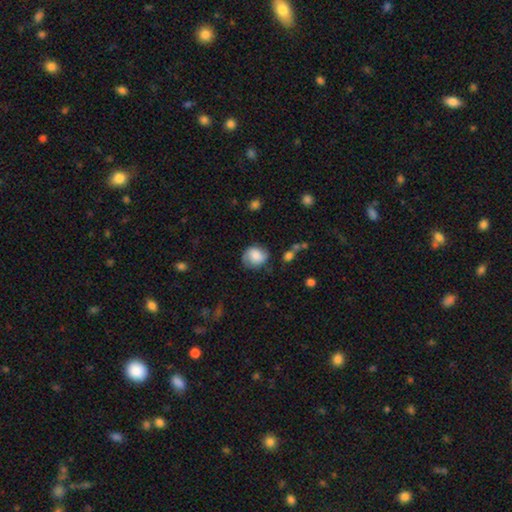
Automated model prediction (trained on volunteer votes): Morphology: type=smooth (70%); roundness=round (71%); merging=none (66%).